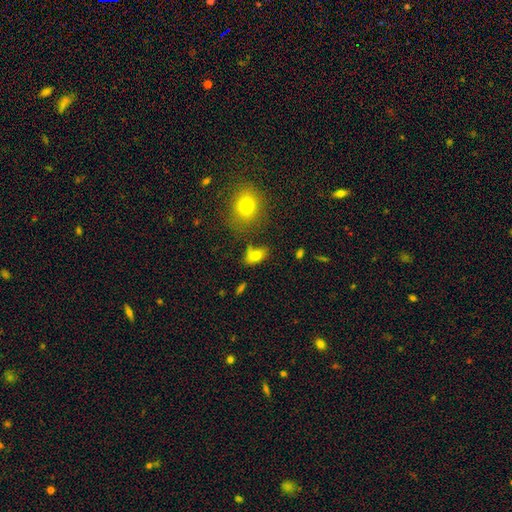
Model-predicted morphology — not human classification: This appears to be a smooth galaxy with no disk features (76%) that is in between round and cigar-shaped (84%). Merging: none (67%).